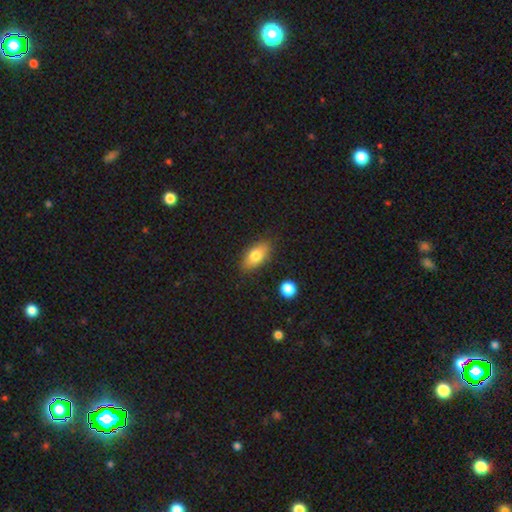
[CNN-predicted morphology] Smooth or featured? smooth (76%)
How rounded? in between (85%)
Merging? none (84%)